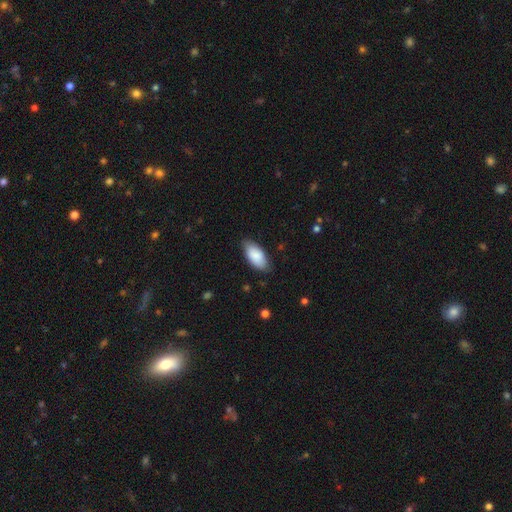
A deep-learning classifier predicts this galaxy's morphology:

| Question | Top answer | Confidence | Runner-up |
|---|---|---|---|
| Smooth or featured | smooth | 85% | featured or disk (9%) |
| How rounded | in between | 92% | cigar-shaped (6%) |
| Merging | none | 79% | minor disturbance (17%) |